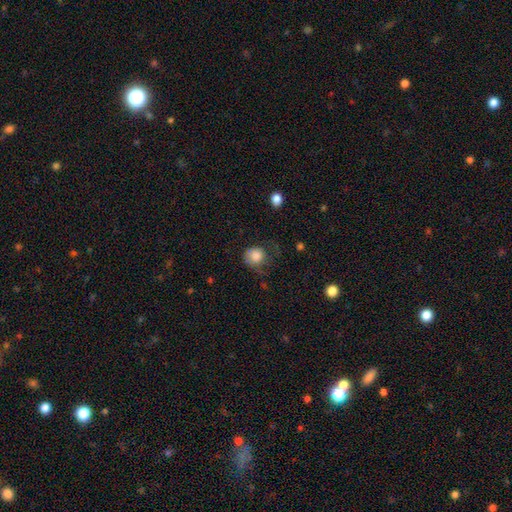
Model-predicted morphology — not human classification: Q: Smooth or featured?
A: smooth (79%); runner-up: featured or disk (13%)
Q: How rounded?
A: round (80%); runner-up: in between (19%)
Q: Merging?
A: none (46%); runner-up: major disturbance (26%)